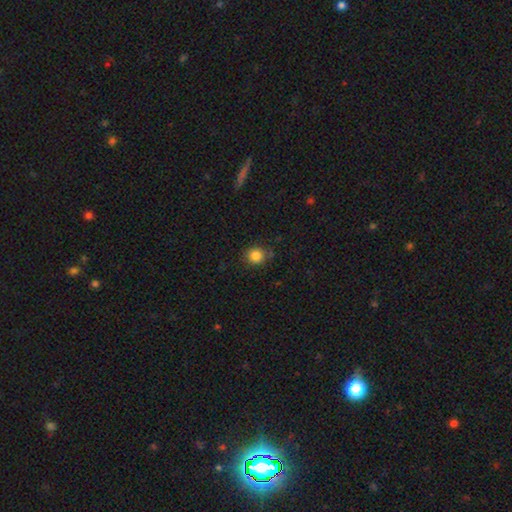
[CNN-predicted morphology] Overall: smooth (84%). How rounded: round (84%). Merging: none (80%).